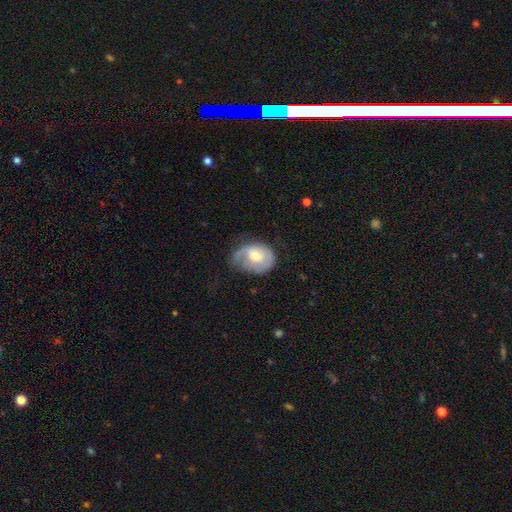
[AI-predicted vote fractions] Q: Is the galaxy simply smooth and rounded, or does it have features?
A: featured or disk — 48%.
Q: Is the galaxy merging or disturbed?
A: minor disturbance — 36%.